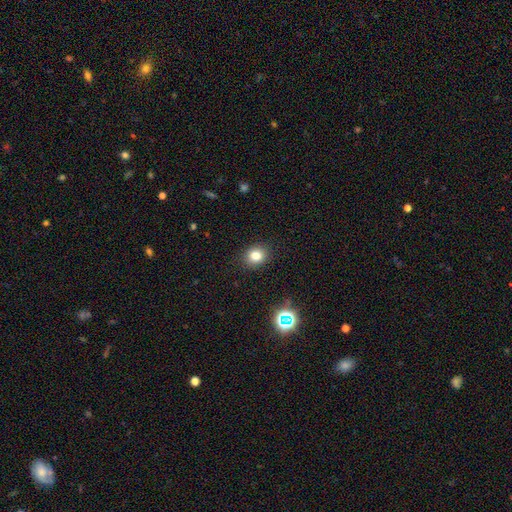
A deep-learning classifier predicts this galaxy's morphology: Overall: smooth (80%). How rounded: round (66%; in between 33%). Merging: none (89%).